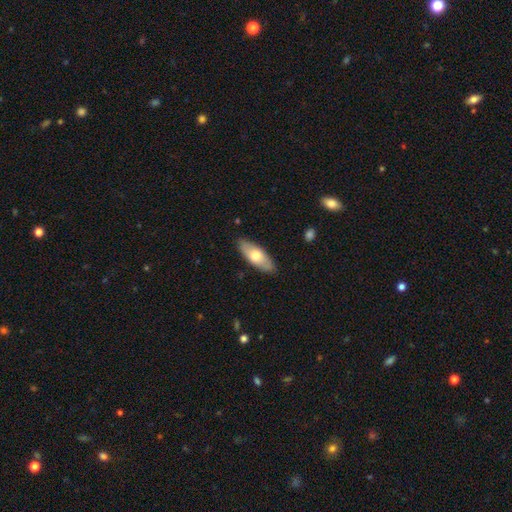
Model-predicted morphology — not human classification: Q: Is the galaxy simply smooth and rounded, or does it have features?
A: smooth — 63%.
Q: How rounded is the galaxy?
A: in between — 79%.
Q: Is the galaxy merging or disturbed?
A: none — 86%.